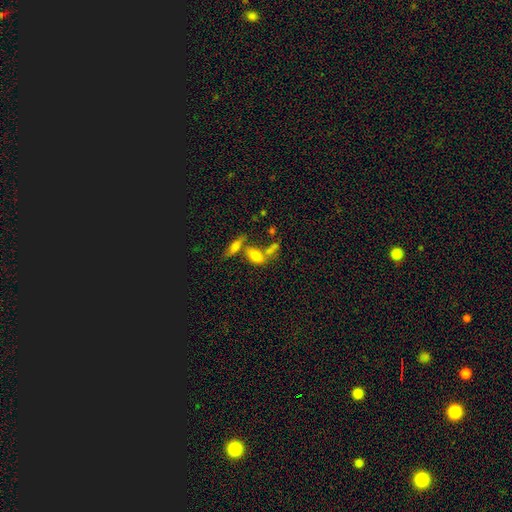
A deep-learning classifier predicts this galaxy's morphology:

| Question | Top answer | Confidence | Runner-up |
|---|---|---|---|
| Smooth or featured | smooth | 70% | featured or disk (19%) |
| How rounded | in between | 81% | cigar-shaped (11%) |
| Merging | merger | 41% | none (40%) |